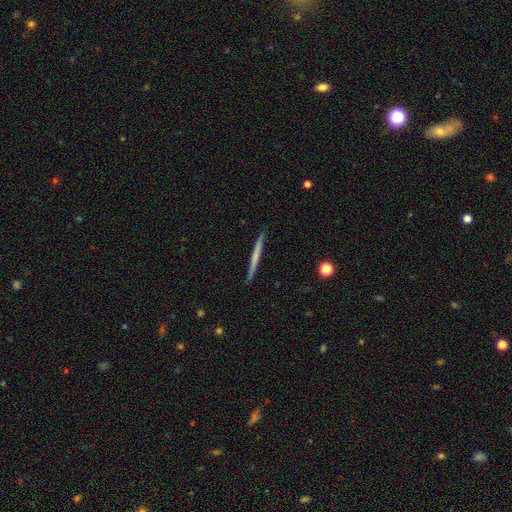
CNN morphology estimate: This is possibly a smooth galaxy (52%). How rounded: clearly cigar-shaped (97%). Merging: clearly none (91%).